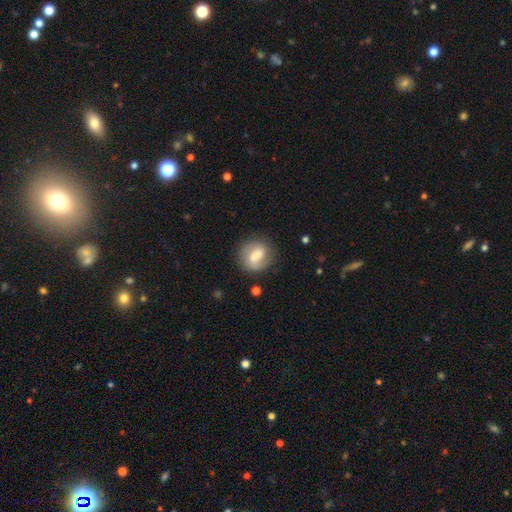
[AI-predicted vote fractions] smooth_or_featured: smooth (p=0.50) [alt: featured or disk p=0.42]
how_rounded: round (p=0.68) [alt: in between p=0.30]
merging: none (p=0.74) [alt: minor disturbance p=0.17]